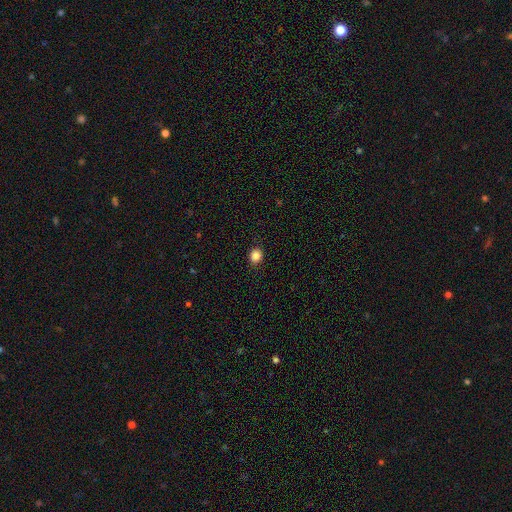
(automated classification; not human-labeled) Overall: smooth (85%). How rounded: round (76%). Merging: none (90%).